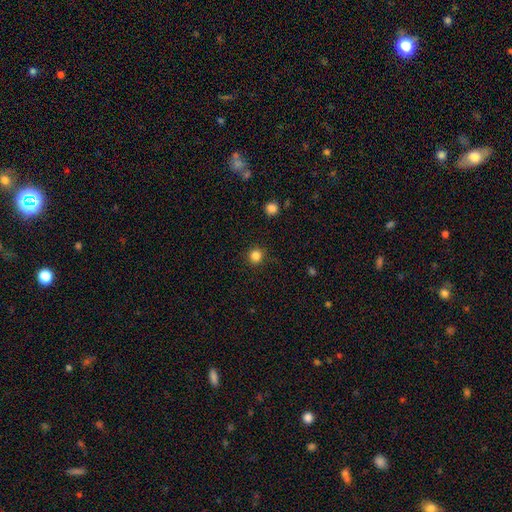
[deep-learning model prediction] Overall: smooth (84%). How rounded: round (93%). Merging: none (90%).